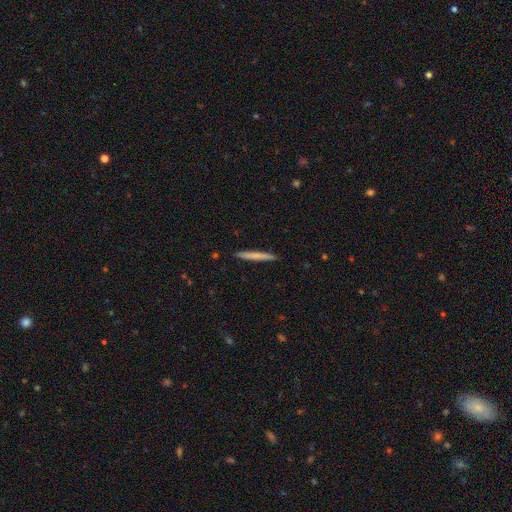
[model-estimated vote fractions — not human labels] A smooth galaxy with no disk features (69%) that is cigar-shaped (97%).

Vote fractions:
- Smooth or featured? smooth: 69% / featured or disk: 26% / star or artifact: 5%
- How rounded? cigar-shaped: 97% / in between: 2% / round: 1%
- Merging? none: 92% / minor disturbance: 6% / major disturbance: 1% / merger: 1%